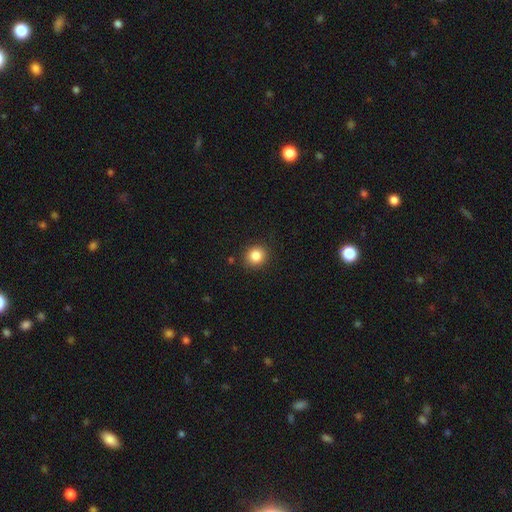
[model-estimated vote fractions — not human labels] The model was most divided on "smooth or featured": smooth: 85%, star or artifact: 10%, featured or disk: 5%. More confident: merging — none (89%); how rounded — round (89%).